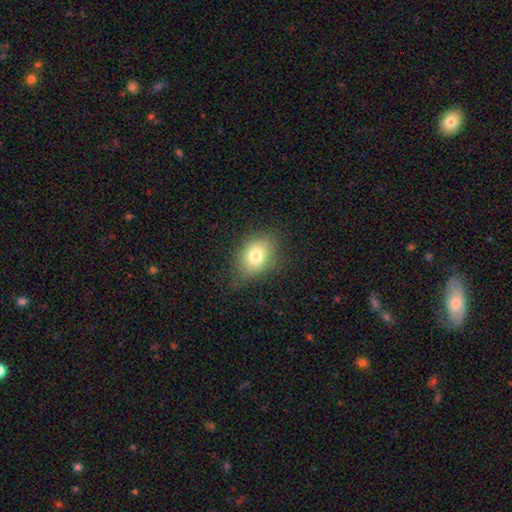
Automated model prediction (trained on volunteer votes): smooth-or-featured: smooth: 77% | featured or disk: 13% | star or artifact: 11%
  how-rounded: in between: 64% | round: 34% | cigar-shaped: 1%
  merging: none: 67% | minor disturbance: 24% | major disturbance: 7% | merger: 1%